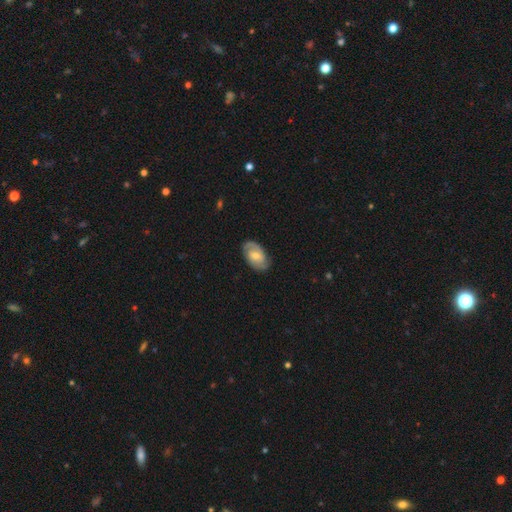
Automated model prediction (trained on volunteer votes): A featured or disk galaxy (77%) with no bar (47%), 2 (86%) tight (50%) spiral arms (92%) and a moderate central bulge (57%). Merging: none (83%).